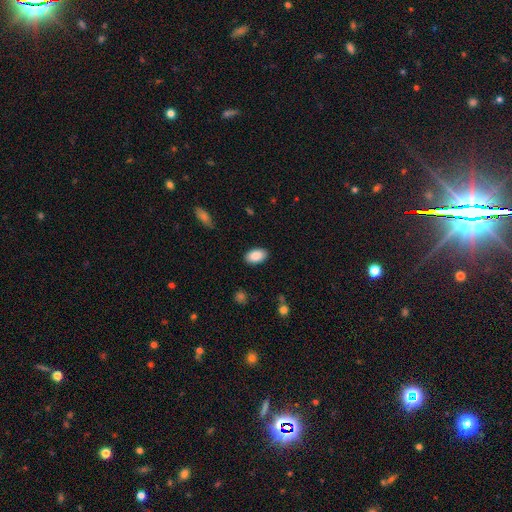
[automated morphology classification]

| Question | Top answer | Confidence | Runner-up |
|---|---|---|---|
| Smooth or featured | smooth | 89% | star or artifact (7%) |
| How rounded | in between | 93% | round (5%) |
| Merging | none | 88% | minor disturbance (9%) |